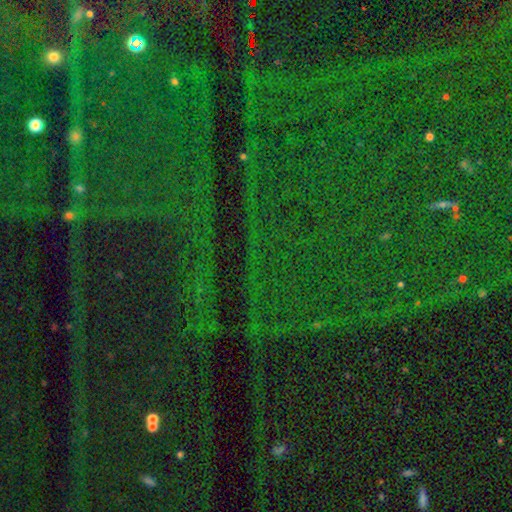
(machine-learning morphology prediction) The model was most divided on "smooth or featured": star or artifact: 85%, smooth: 8%, featured or disk: 7%.